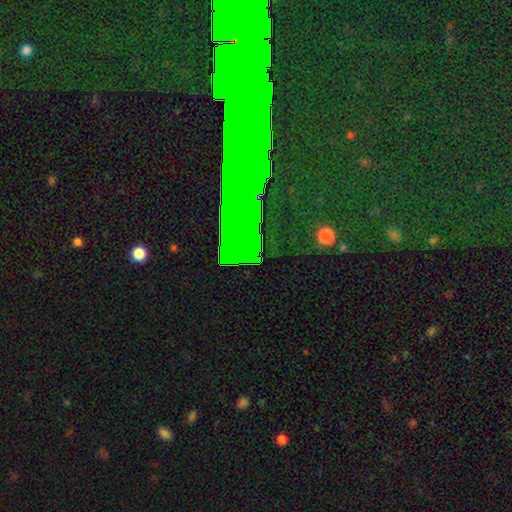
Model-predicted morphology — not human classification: star or artifact 66%, featured or disk 17%, smooth 17%.